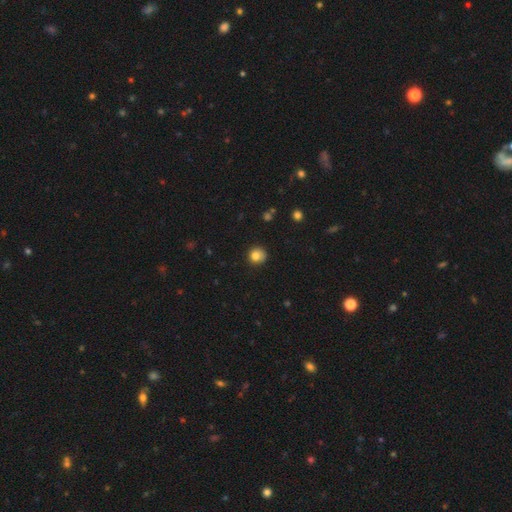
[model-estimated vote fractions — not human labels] Overall: smooth (82%). How rounded: round (88%). Merging: none (80%).